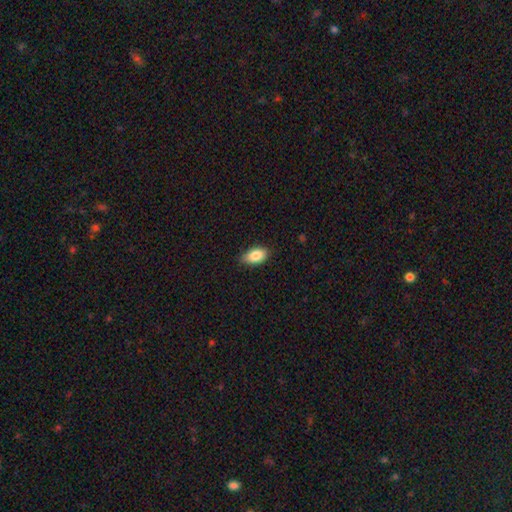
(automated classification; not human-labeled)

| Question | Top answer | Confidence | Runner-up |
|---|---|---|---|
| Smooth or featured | smooth | 86% | star or artifact (7%) |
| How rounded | in between | 92% | round (5%) |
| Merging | none | 81% | minor disturbance (16%) |